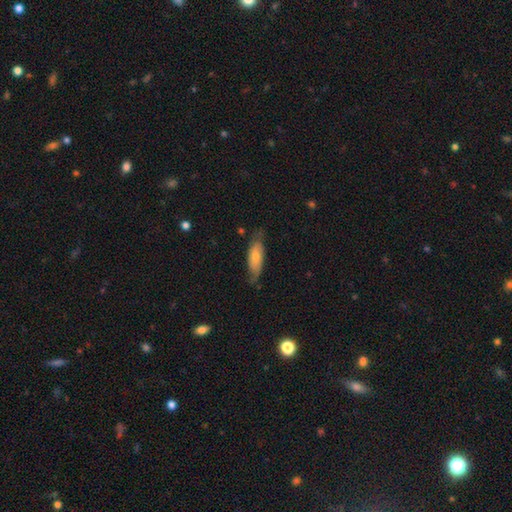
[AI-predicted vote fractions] Morphology: type=smooth (53%); roundness=in between (59%); merging=none (65%).